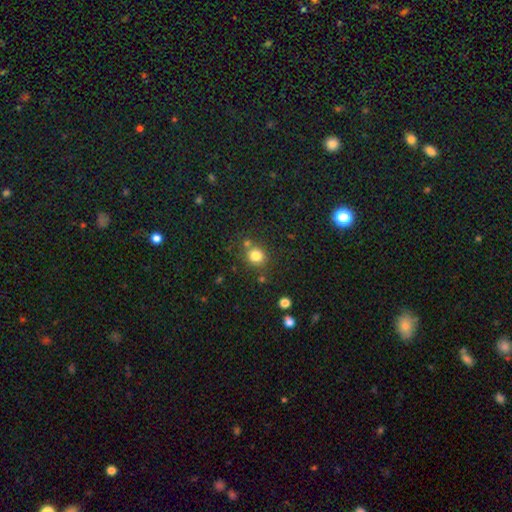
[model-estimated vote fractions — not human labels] The model was most divided on "merging": none: 74%, merger: 13%, minor disturbance: 10%, major disturbance: 3%. More confident: how rounded — round (85%); smooth or featured — smooth (81%).